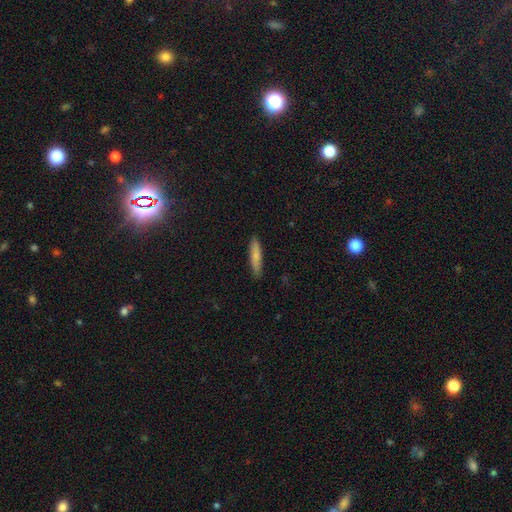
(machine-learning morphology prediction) smooth_or_featured: smooth (p=0.76) [alt: featured or disk p=0.18]
how_rounded: cigar-shaped (p=0.84) [alt: in between p=0.14]
merging: none (p=0.88) [alt: minor disturbance p=0.09]